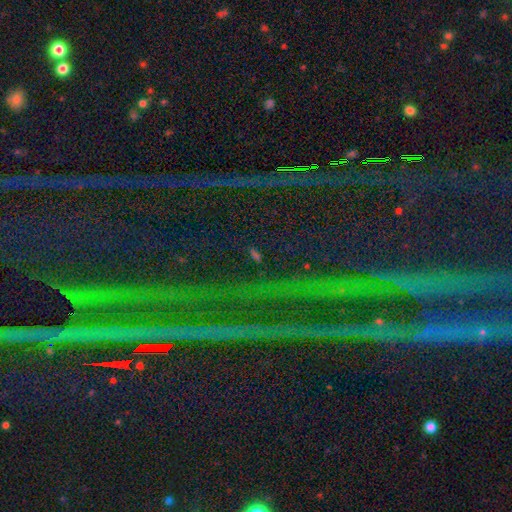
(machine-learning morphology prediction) star or artifact 79%, smooth 12%, featured or disk 9%.